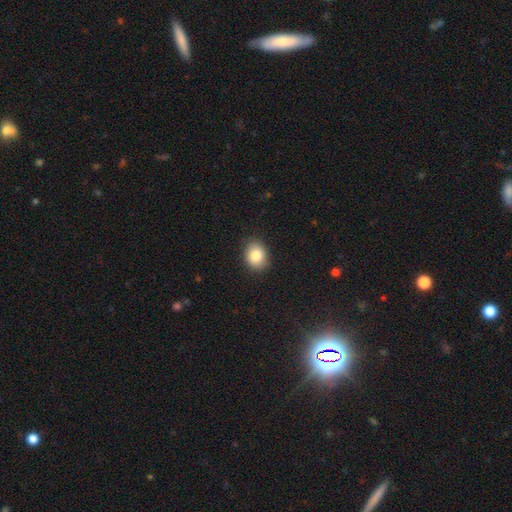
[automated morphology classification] Smooth or featured? smooth (84%)
How rounded? in between (50%)
Merging? none (87%)